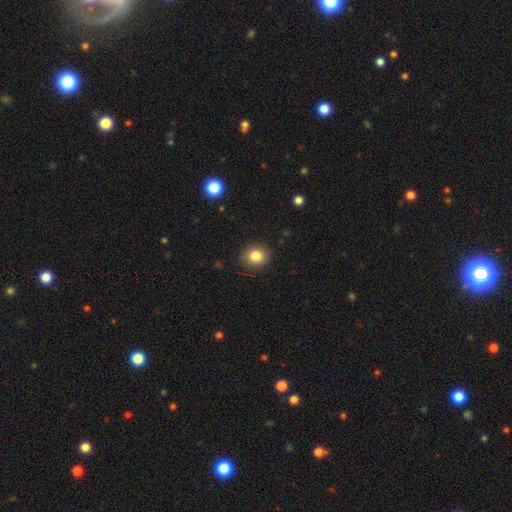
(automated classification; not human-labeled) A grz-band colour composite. It shows a smooth galaxy with no disk features (84%) that is round (78%). Merging: none (90%).